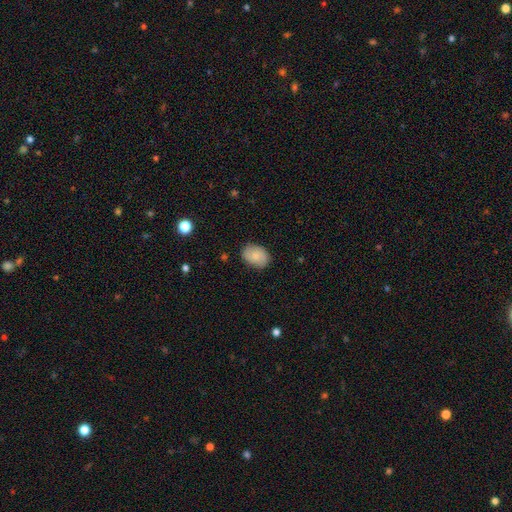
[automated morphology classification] smooth-or-featured: smooth: 70% | featured or disk: 23% | star or artifact: 7%
  how-rounded: in between: 71% | round: 28% | cigar-shaped: 1%
  merging: none: 82% | minor disturbance: 14% | major disturbance: 3% | merger: 1%